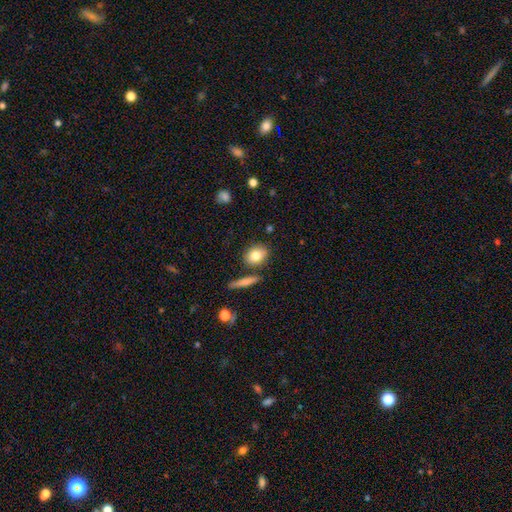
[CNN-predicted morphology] A smooth galaxy with no disk features (81%) that is round (49%). Merging: none (78%).